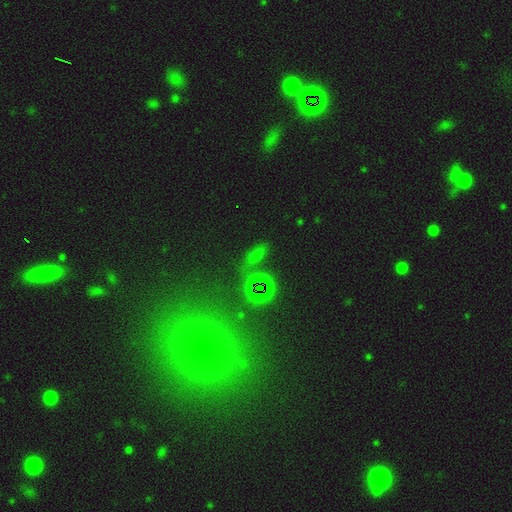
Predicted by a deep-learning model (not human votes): A star or artifact, not a galaxy (46%).